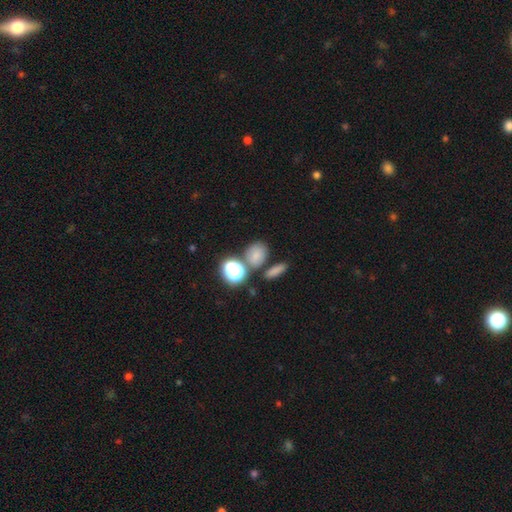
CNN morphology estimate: Q: Smooth or featured?
A: smooth (74%); runner-up: star or artifact (17%)
Q: How rounded?
A: round (50%); runner-up: in between (48%)
Q: Merging?
A: none (64%); runner-up: merger (20%)